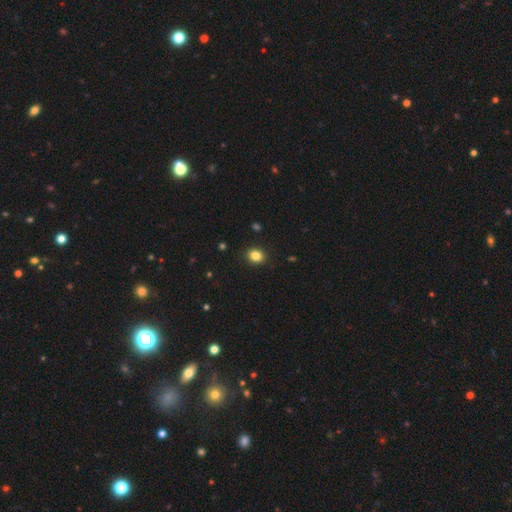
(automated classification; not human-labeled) This is clearly a smooth galaxy (85%). How rounded: possibly round (60%). Merging: clearly none (90%).